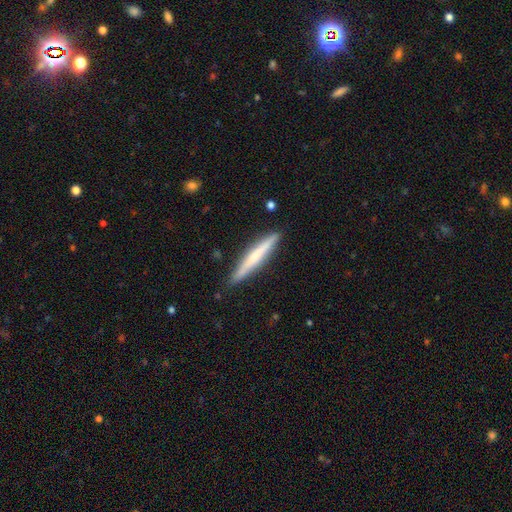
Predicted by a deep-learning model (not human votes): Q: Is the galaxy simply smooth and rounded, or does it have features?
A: smooth — 48%.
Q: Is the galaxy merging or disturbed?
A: none — 89%.